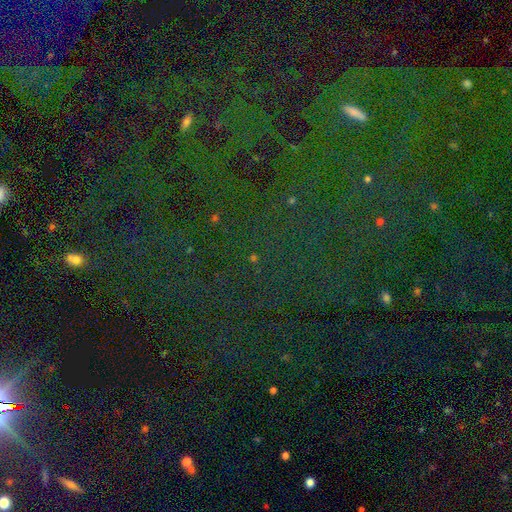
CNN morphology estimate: The model was most divided on "smooth or featured": star or artifact: 81%, smooth: 11%, featured or disk: 8%.